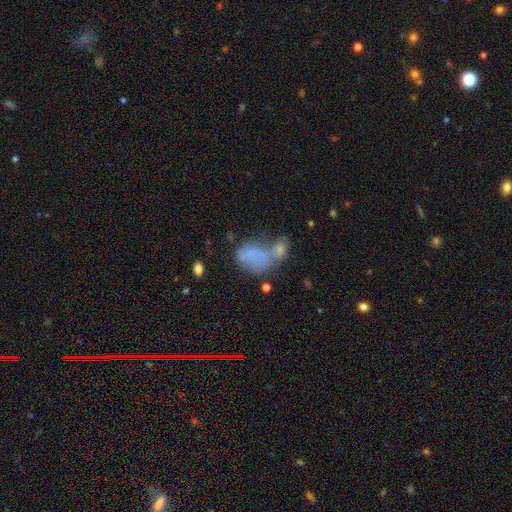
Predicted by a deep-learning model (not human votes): Smooth or featured?
  - smooth: 56% *
  - featured or disk: 28%
  - star or artifact: 16%
How rounded?
  - in between: 76% *
  - round: 21%
  - cigar-shaped: 2%
Merging?
  - merger: 53% *
  - none: 19%
  - major disturbance: 15%
  - minor disturbance: 13%